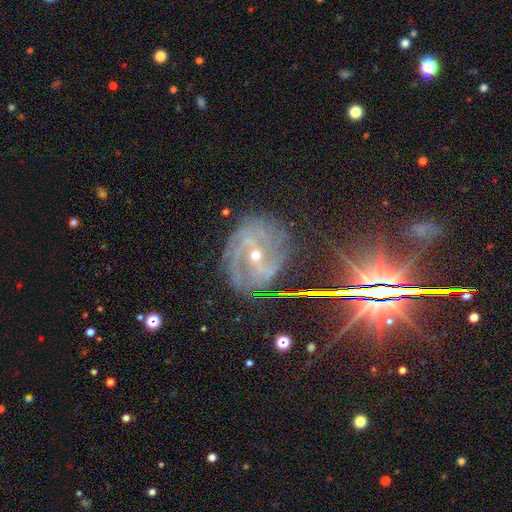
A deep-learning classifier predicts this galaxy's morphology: This appears to be a featured or disk galaxy (84%) with a weak bar (39%), 2 (28%) tight (49%) spiral arms (96%) and a small central bulge (61%). Merging: none (72%).